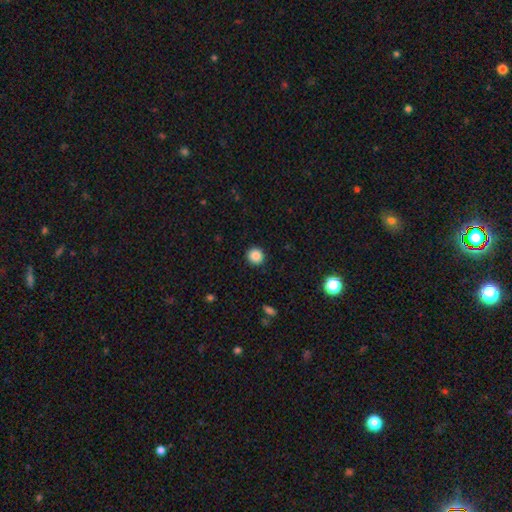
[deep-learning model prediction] Smooth or featured? Predicted: smooth (p=0.87). How rounded? Predicted: round (p=0.93). Merging? Predicted: none (p=0.92).